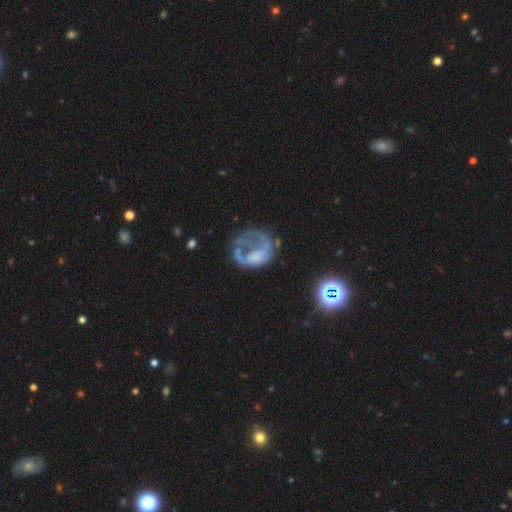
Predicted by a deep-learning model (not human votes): Smooth or featured? featured or disk (58%)
Edge-on disk? no (97%)
Bar? no (81%)
Spiral arms? no (75%)
Bulge size? none (60%)
Merging? major disturbance (44%)